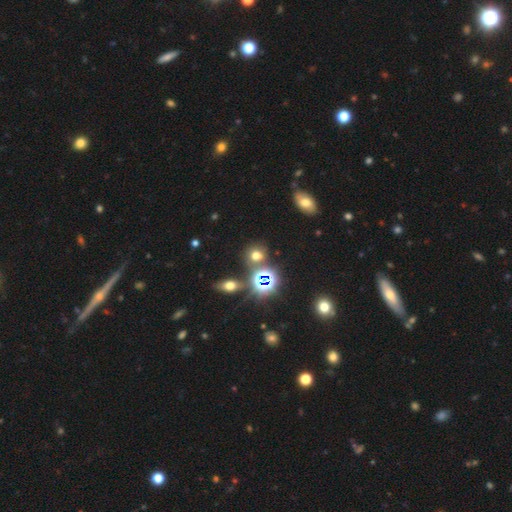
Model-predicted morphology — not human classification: Q: Smooth or featured?
A: smooth (55%); runner-up: star or artifact (36%)
Q: How rounded?
A: round (74%); runner-up: in between (24%)
Q: Merging?
A: none (72%); runner-up: merger (13%)